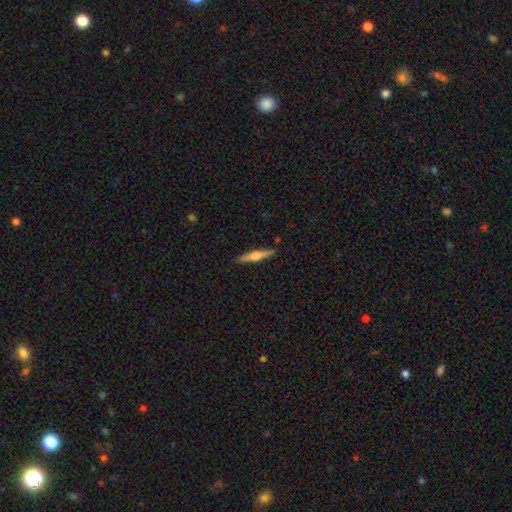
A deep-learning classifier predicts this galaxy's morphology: A featured or disk galaxy (52%) viewed edge-on (96%).

Vote fractions:
- Smooth or featured? featured or disk: 52% / smooth: 43% / star or artifact: 5%
- Edge-on disk? yes: 96% / no: 4%
- Merging? none: 90% / minor disturbance: 7% / major disturbance: 1% / merger: 1%